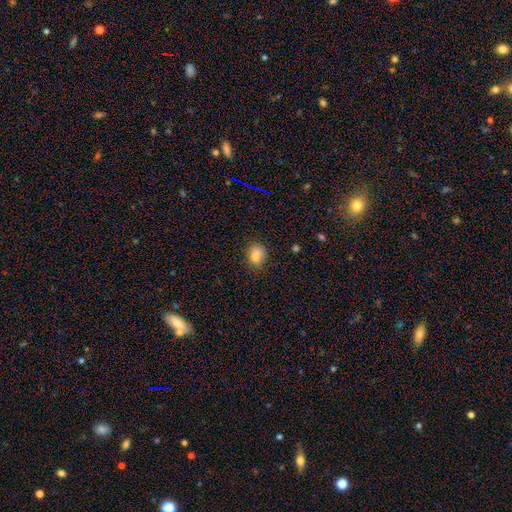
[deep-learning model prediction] This appears to be a smooth galaxy with no disk features (81%) that is in between round and cigar-shaped (57%). Merging: none (78%).